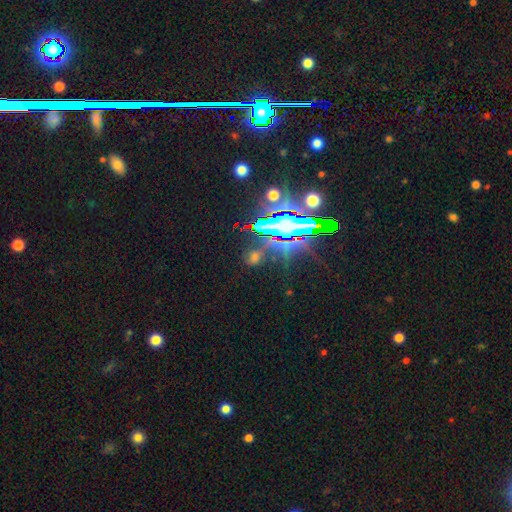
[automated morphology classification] smooth_or_featured: star or artifact (p=0.67) [alt: smooth p=0.20]